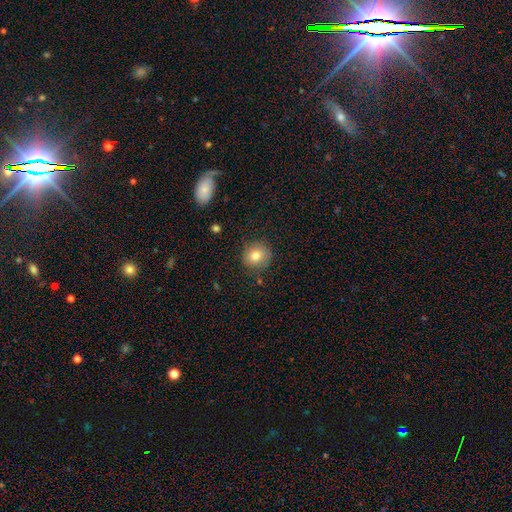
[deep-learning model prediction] smooth_or_featured: smooth (p=0.80) [alt: featured or disk p=0.10]
how_rounded: round (p=0.88) [alt: in between p=0.11]
merging: none (p=0.84) [alt: minor disturbance p=0.11]